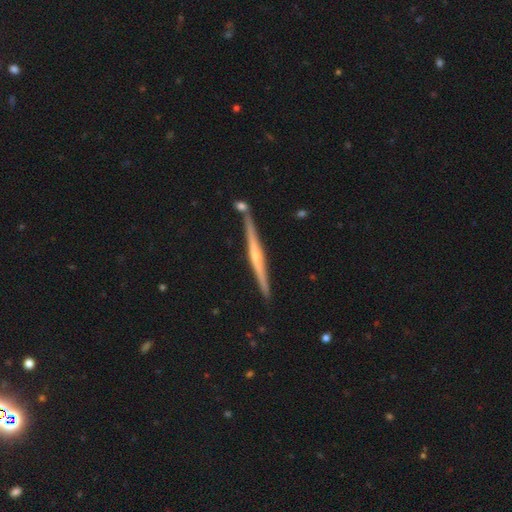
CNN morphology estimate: This is likely a featured or disk galaxy (79%). It is clearly viewed edge-on (98%). Edge-on bulge: likely rounded (72%). Merging: clearly none (83%).